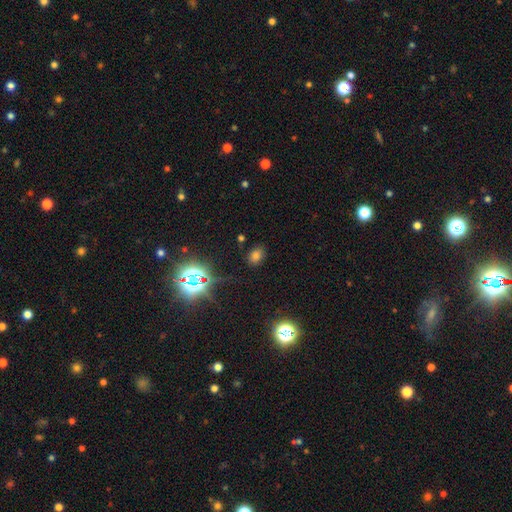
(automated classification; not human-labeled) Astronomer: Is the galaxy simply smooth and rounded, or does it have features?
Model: smooth — 64%.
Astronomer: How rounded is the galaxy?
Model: in between — 71%.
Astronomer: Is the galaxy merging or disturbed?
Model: none — 83%.